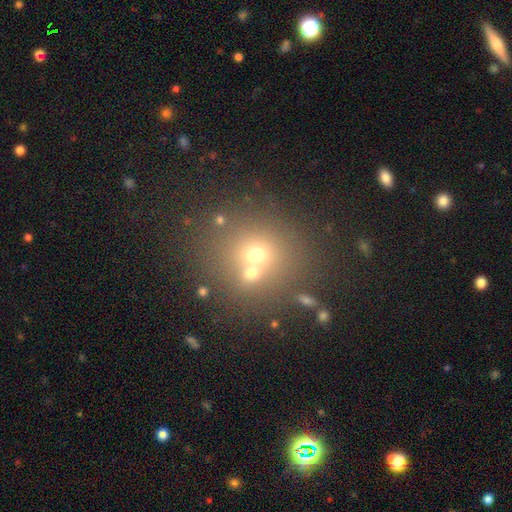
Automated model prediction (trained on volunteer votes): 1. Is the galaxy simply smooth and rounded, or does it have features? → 57% smooth, 24% star or artifact, 19% featured or disk.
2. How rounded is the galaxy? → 83% round, 16% in between, 1% cigar-shaped.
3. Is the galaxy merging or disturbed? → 52% none, 35% merger, 8% minor disturbance, 4% major disturbance.